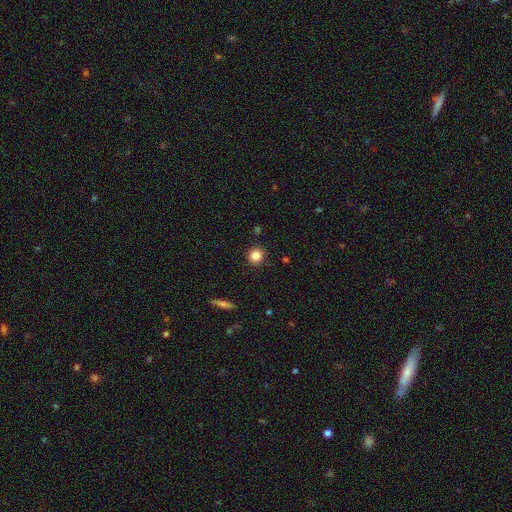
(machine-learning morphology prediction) smooth 84%, star or artifact 11%, featured or disk 5%. Down the decision tree: how rounded — round (94%); merging — none (91%).